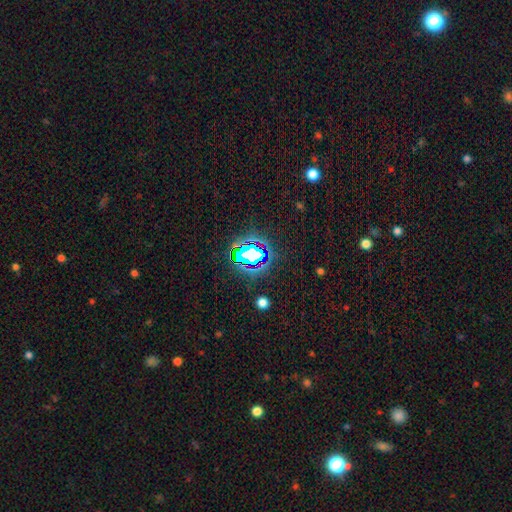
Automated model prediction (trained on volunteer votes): smooth_or_featured: star or artifact (p=0.66) [alt: smooth p=0.21]